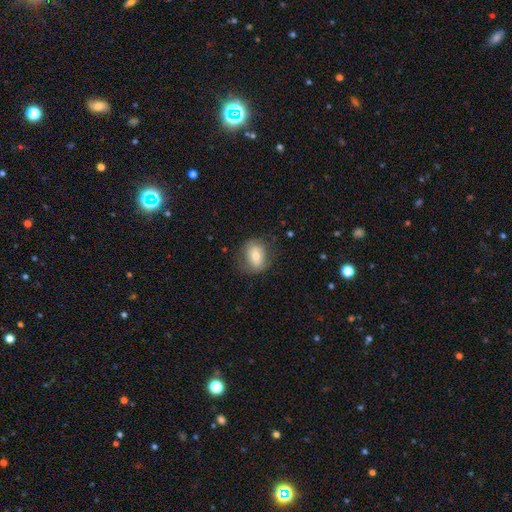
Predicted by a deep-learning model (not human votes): smooth-or-featured: smooth: 64% | featured or disk: 28% | star or artifact: 8%
  how-rounded: in between: 59% | round: 40% | cigar-shaped: 1%
  merging: none: 72% | minor disturbance: 20% | major disturbance: 7% | merger: 1%